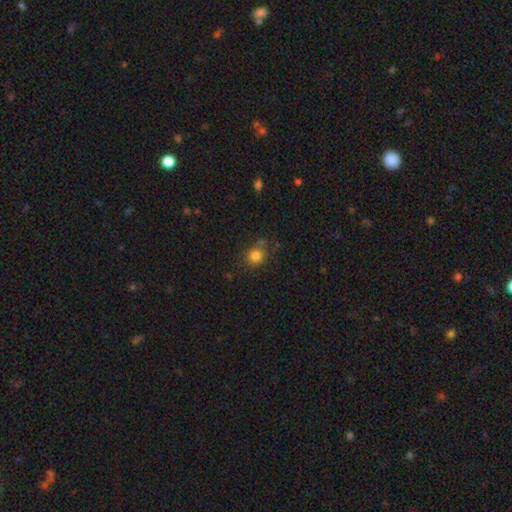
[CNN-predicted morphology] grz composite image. It shows a smooth galaxy with no disk features (81%) that is round (77%). Merging: none (70%).